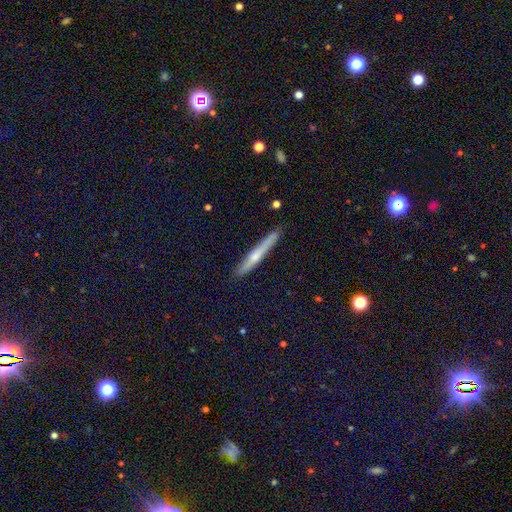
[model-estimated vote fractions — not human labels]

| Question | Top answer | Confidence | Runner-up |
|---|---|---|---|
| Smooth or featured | featured or disk | 50% | smooth (41%) |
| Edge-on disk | yes | 95% | no (5%) |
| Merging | none | 87% | minor disturbance (10%) |